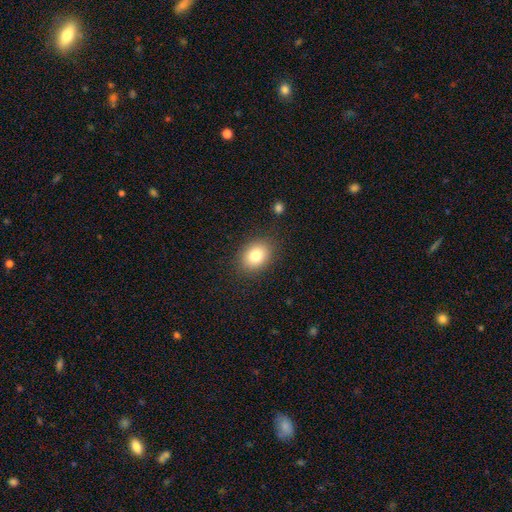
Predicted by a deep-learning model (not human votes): Morphology: type=smooth (80%); roundness=in between (57%); merging=none (87%).